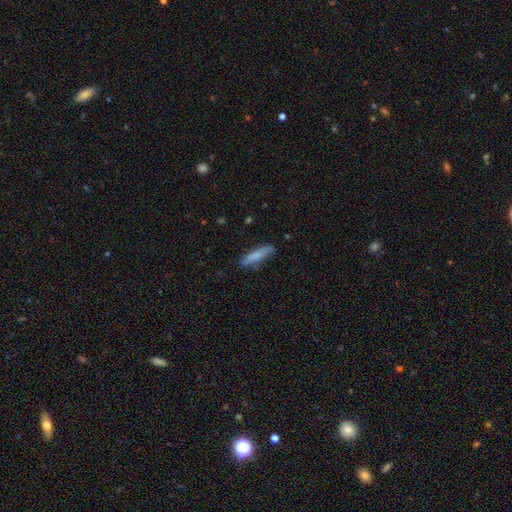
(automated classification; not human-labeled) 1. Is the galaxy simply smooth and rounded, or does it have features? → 76% smooth, 18% featured or disk, 6% star or artifact.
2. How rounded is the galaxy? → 78% cigar-shaped, 20% in between, 2% round.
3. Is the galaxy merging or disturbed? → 78% none, 17% minor disturbance, 3% major disturbance, 2% merger.